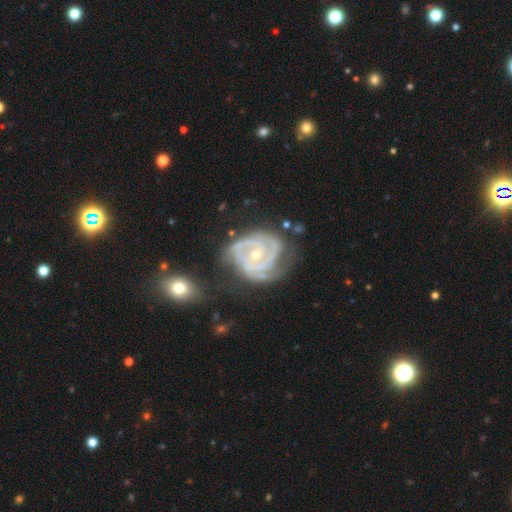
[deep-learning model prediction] This is clearly a featured or disk galaxy (90%). It is clearly not viewed edge-on (98%). Bar: likely no (67%). Spiral arm pattern: clearly yes (97%). Spiral arm count: marginally 3 (42%). Spiral winding: likely tight (69%). Central bulge: possibly small (55%). Merging: possibly none (51%).